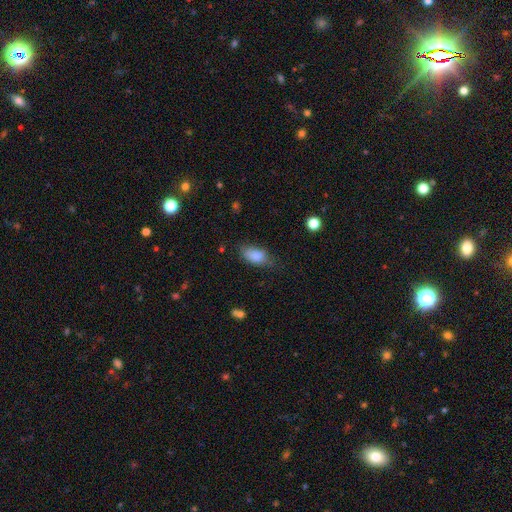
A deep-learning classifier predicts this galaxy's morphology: smooth-or-featured: smooth: 83% | featured or disk: 9% | star or artifact: 8%
  how-rounded: in between: 89% | round: 6% | cigar-shaped: 5%
  merging: none: 60% | minor disturbance: 29% | major disturbance: 9% | merger: 2%